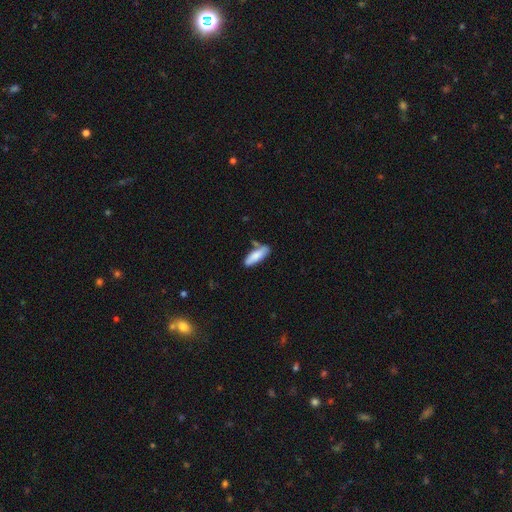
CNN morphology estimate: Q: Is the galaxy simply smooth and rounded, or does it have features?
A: smooth — 81%.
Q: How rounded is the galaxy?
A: cigar-shaped — 53%.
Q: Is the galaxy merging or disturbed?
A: none — 72%.